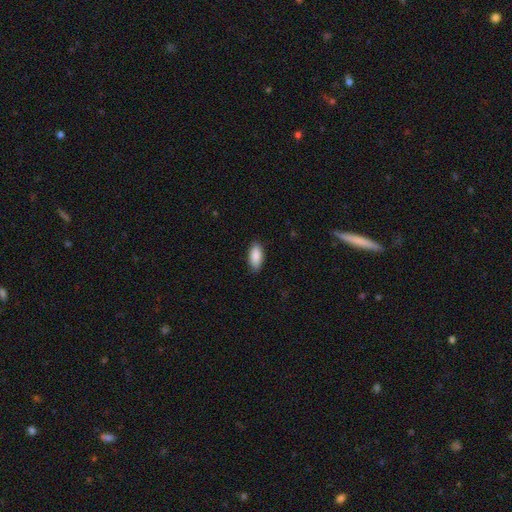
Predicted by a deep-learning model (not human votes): Q: Smooth or featured?
A: smooth (88%); runner-up: featured or disk (6%)
Q: How rounded?
A: in between (87%); runner-up: cigar-shaped (11%)
Q: Merging?
A: none (86%); runner-up: minor disturbance (11%)